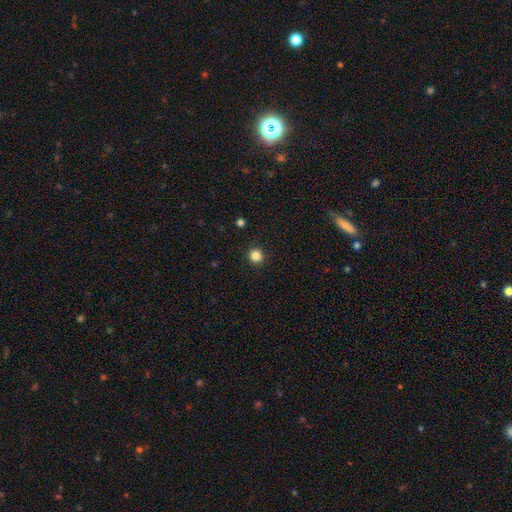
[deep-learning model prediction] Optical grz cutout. It shows a smooth galaxy with no disk features (85%) that is round (92%). Merging: none (92%).